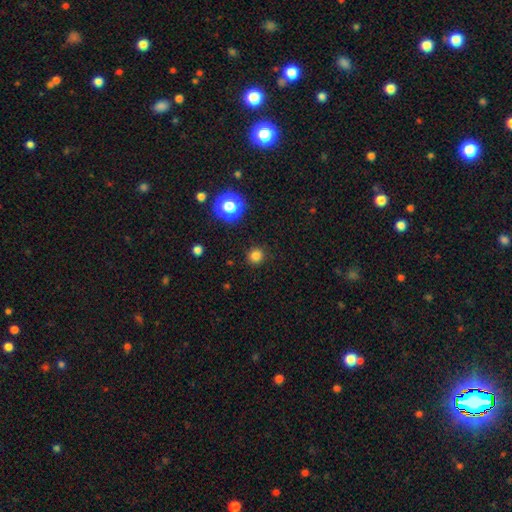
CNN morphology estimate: A smooth galaxy with no disk features (81%) that is round (92%). Merging: none (90%).